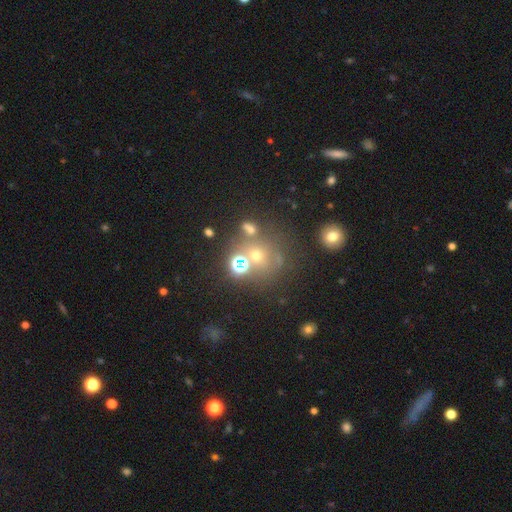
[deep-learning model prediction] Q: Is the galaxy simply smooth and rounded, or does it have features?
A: smooth — 50%.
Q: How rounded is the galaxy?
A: round — 84%.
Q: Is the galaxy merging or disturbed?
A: none — 60%.